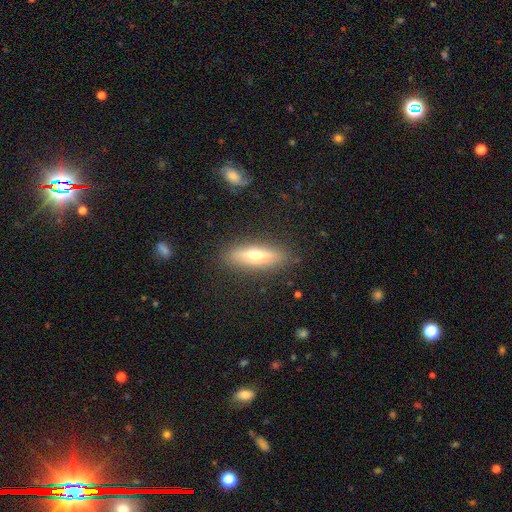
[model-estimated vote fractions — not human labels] smooth_or_featured: featured or disk (p=0.48) [alt: smooth p=0.45]
merging: none (p=0.87) [alt: minor disturbance p=0.09]